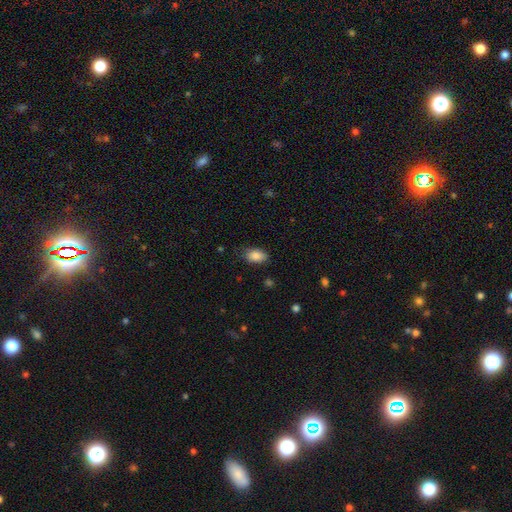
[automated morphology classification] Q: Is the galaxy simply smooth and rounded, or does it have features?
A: smooth — 87%.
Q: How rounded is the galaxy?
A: in between — 91%.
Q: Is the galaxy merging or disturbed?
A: none — 77%.